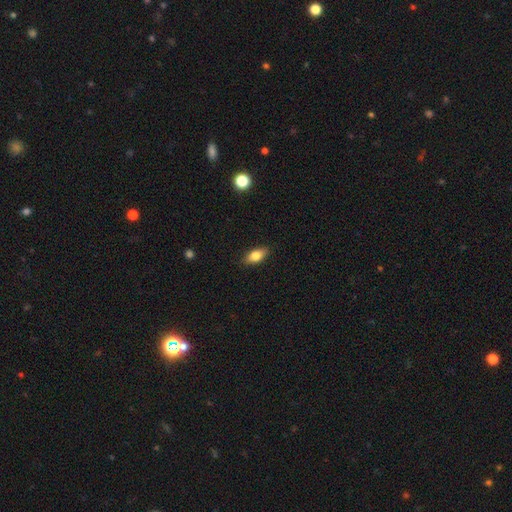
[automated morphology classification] Smooth or featured? smooth (77%)
How rounded? in between (85%)
Merging? none (87%)